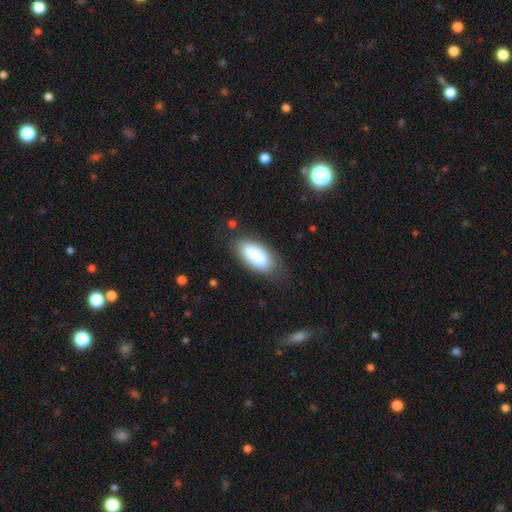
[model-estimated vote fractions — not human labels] Morphology: type=smooth (82%); roundness=in between (83%); merging=none (76%).